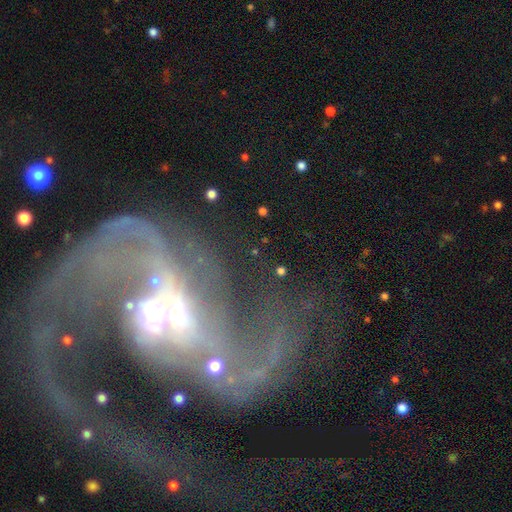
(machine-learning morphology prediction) Smooth or featured: featured or disk — 86% (star or artifact — 8%)
Edge-on disk: no — 97% (yes — 3%)
Bar: no — 36% (weak — 35%)
Spiral arms: yes — 92% (no — 8%)
Spiral winding: loose — 60% (medium — 32%)
Spiral arm count: 2 — 69% (1 — 9%)
Bulge size: moderate — 51% (small — 36%)
Merging: major disturbance — 33% (merger — 29%)